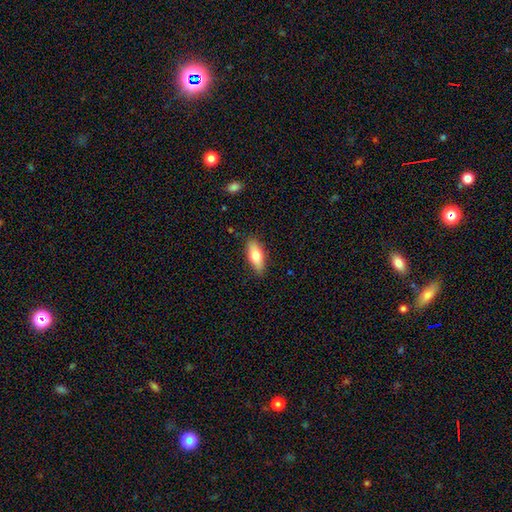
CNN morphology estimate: Smooth or featured: smooth — 71% (featured or disk — 23%)
How rounded: in between — 73% (cigar-shaped — 24%)
Merging: none — 86% (minor disturbance — 11%)